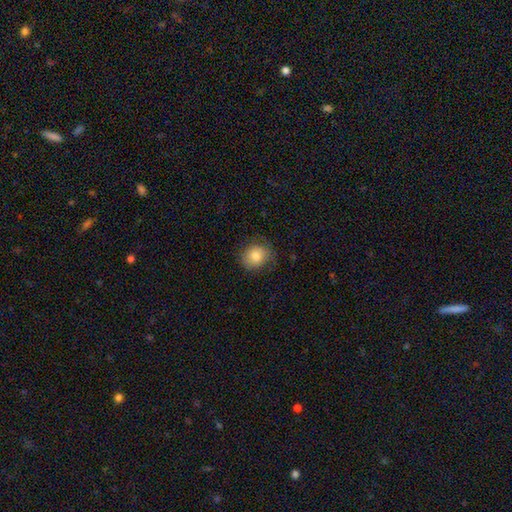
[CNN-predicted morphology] This is clearly a smooth galaxy (80%). How rounded: likely round (72%). Merging: likely none (76%).